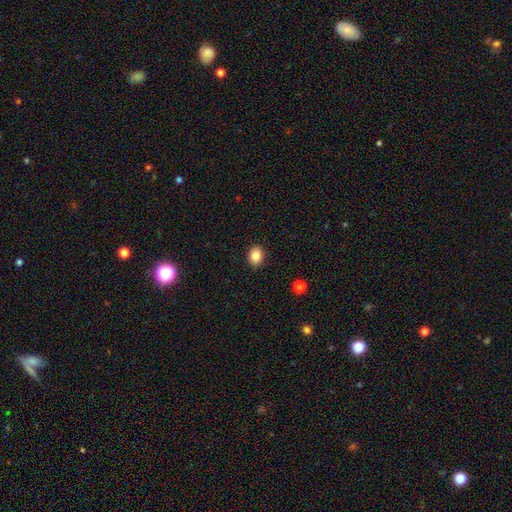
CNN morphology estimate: Smooth or featured: smooth — 86% (star or artifact — 9%)
How rounded: in between — 53% (round — 46%)
Merging: none — 90% (minor disturbance — 7%)